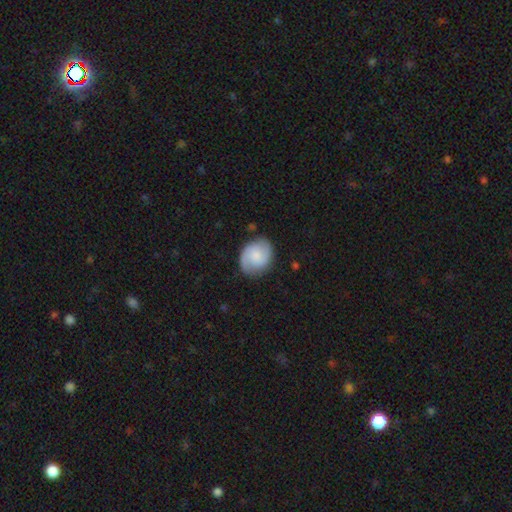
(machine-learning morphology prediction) This appears to be a featured or disk galaxy (53%) with no bar (57%), spiral arms (91%) and a small central bulge (48%). Merging: none (78%).